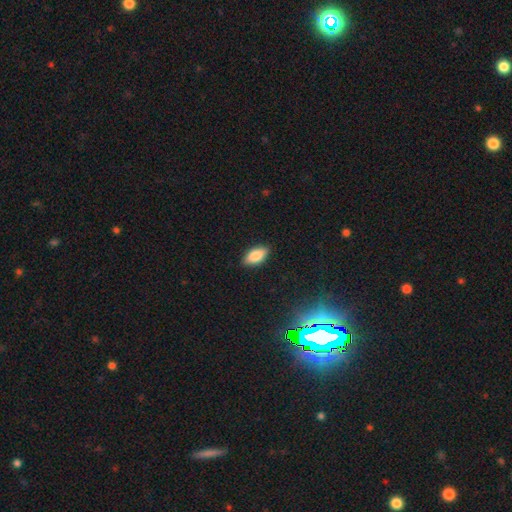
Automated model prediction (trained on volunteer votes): This is clearly a smooth galaxy (81%). How rounded: clearly in between (89%). Merging: clearly none (87%).